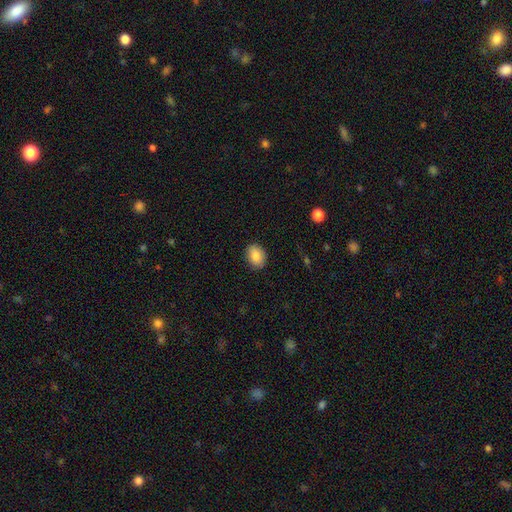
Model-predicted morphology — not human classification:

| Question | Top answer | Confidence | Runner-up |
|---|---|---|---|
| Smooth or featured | smooth | 86% | star or artifact (8%) |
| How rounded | in between | 68% | round (31%) |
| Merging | none | 88% | minor disturbance (9%) |